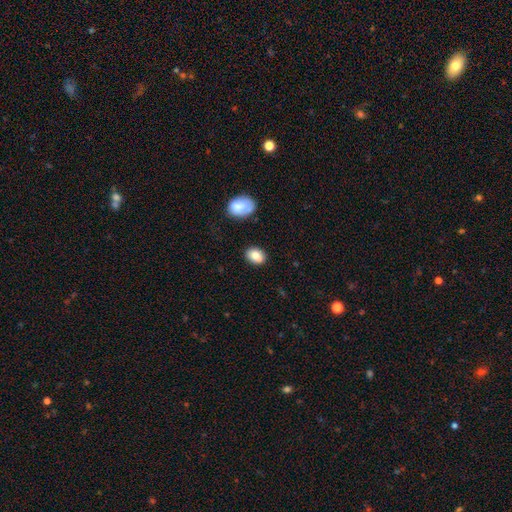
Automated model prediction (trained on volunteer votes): smooth_or_featured: smooth (p=0.84) [alt: star or artifact p=0.08]
how_rounded: in between (p=0.70) [alt: round p=0.29]
merging: none (p=0.83) [alt: minor disturbance p=0.12]